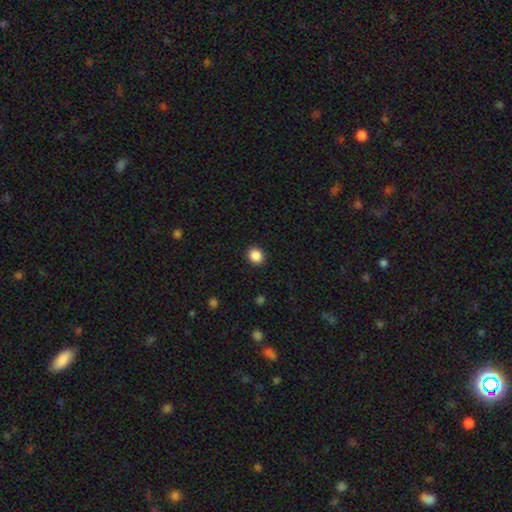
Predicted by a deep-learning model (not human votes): A smooth galaxy with no disk features (88%) that is round (80%).

Vote fractions:
- Smooth or featured? smooth: 88% / star or artifact: 10% / featured or disk: 3%
- How rounded? round: 80% / in between: 20% / cigar-shaped: 1%
- Merging? none: 91% / minor disturbance: 6% / major disturbance: 2% / merger: 1%